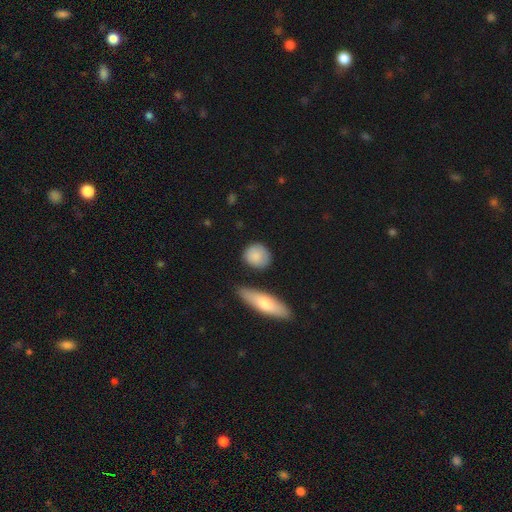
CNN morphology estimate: smooth 86%, featured or disk 9%, star or artifact 6%. Down the decision tree: how rounded — round (79%); merging — none (78%).